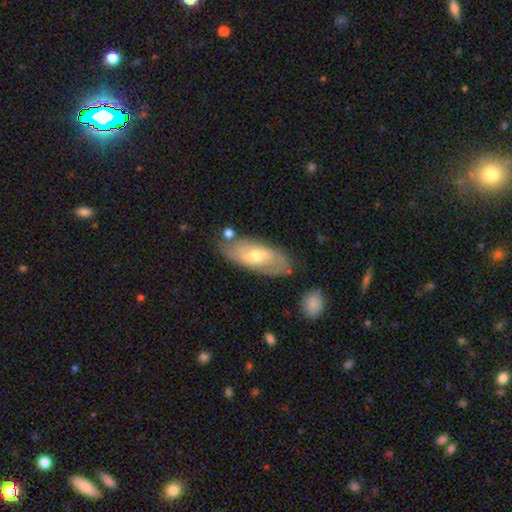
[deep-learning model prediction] This is possibly a featured or disk galaxy (50%). It is clearly not viewed edge-on (83%). Merging: likely none (74%).